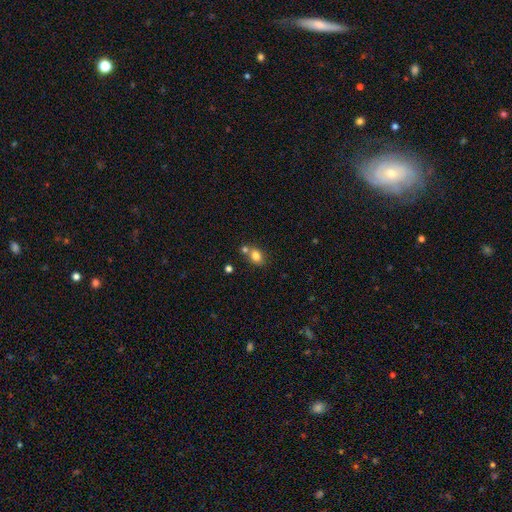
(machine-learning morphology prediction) Q: Smooth or featured?
A: smooth (80%); runner-up: star or artifact (11%)
Q: How rounded?
A: in between (50%); runner-up: round (49%)
Q: Merging?
A: none (56%); runner-up: merger (29%)